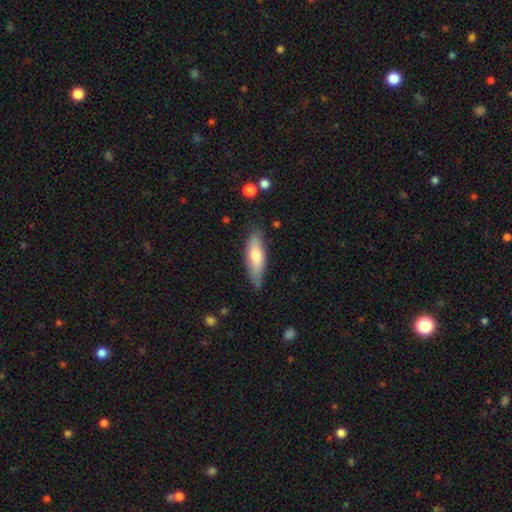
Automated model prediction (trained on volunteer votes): Overall: smooth (66%; featured or disk 29%). How rounded: cigar-shaped (53%; in between 45%). Merging: none (81%).